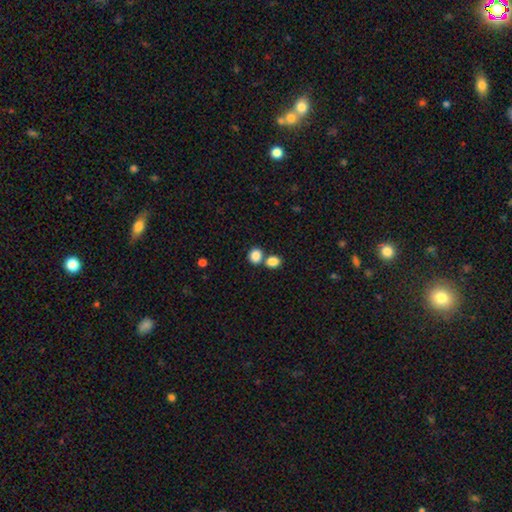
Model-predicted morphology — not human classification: A smooth galaxy with no disk features (86%) that is round (68%). Merging: none (55%).